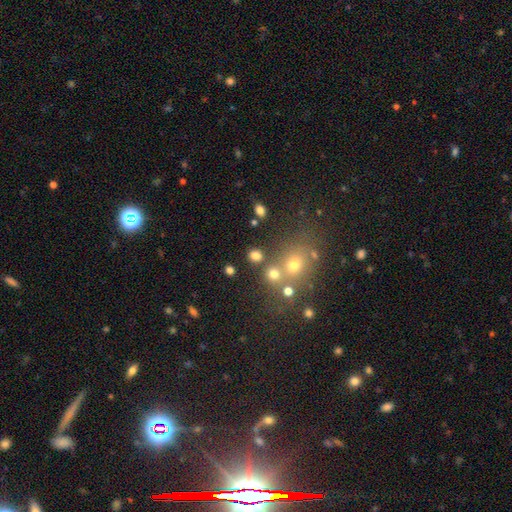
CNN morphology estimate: type=smooth (76%); roundness=round (78%); merging=none (75%).